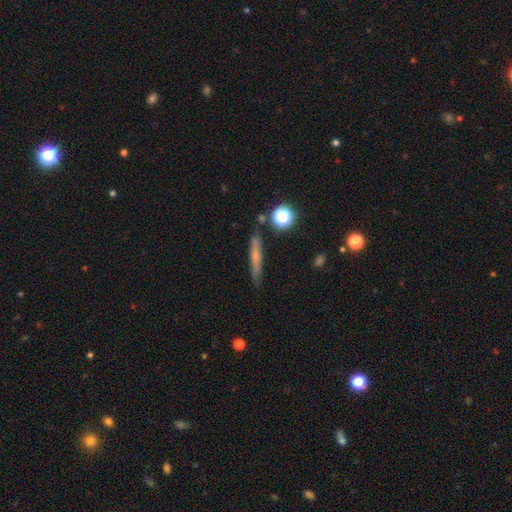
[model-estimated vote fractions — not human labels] smooth 54%, featured or disk 36%, star or artifact 10%. Down the decision tree: how rounded — cigar-shaped (90%); merging — none (83%).